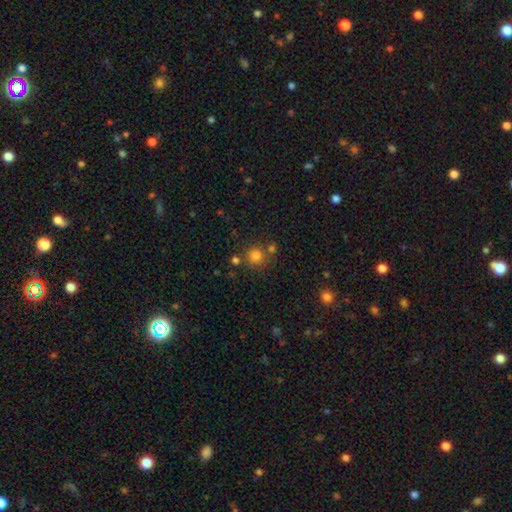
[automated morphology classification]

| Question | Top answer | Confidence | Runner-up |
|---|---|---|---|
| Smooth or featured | smooth | 80% | star or artifact (14%) |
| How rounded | round | 93% | in between (7%) |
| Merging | none | 75% | merger (13%) |